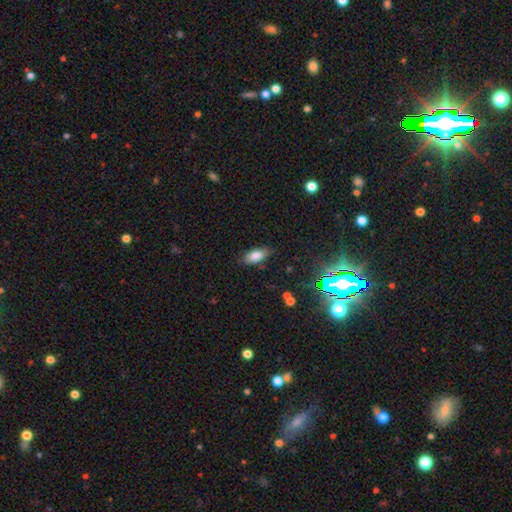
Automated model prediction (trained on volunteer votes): Smooth or featured? smooth (80%)
How rounded? in between (84%)
Merging? none (82%)